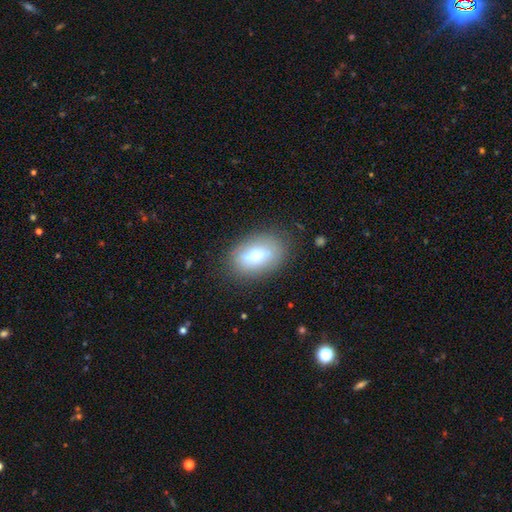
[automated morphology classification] This is likely a smooth galaxy (65%). How rounded: clearly in between (84%). Merging: likely none (77%).